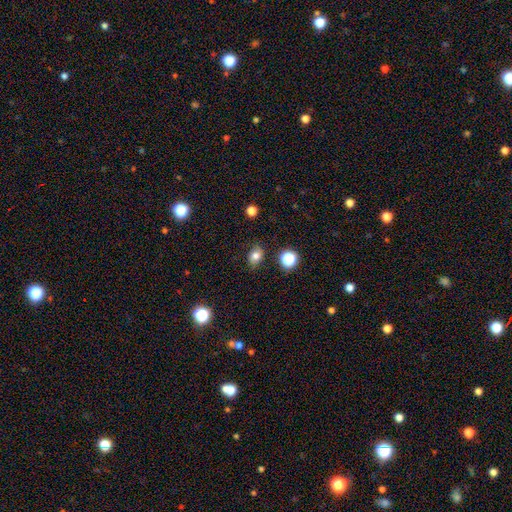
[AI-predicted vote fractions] smooth_or_featured: smooth (p=0.77) [alt: star or artifact p=0.13]
how_rounded: in between (p=0.66) [alt: round p=0.32]
merging: none (p=0.82) [alt: minor disturbance p=0.14]